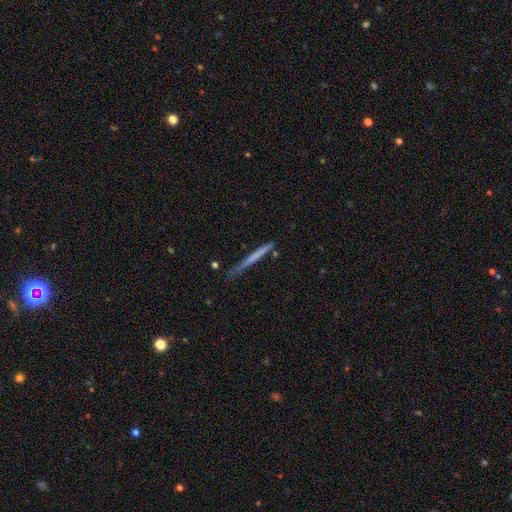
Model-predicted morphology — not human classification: smooth-or-featured: smooth: 55% | featured or disk: 39% | star or artifact: 6%
  how-rounded: cigar-shaped: 97% | in between: 2% | round: 1%
  merging: none: 74% | minor disturbance: 19% | major disturbance: 4% | merger: 3%